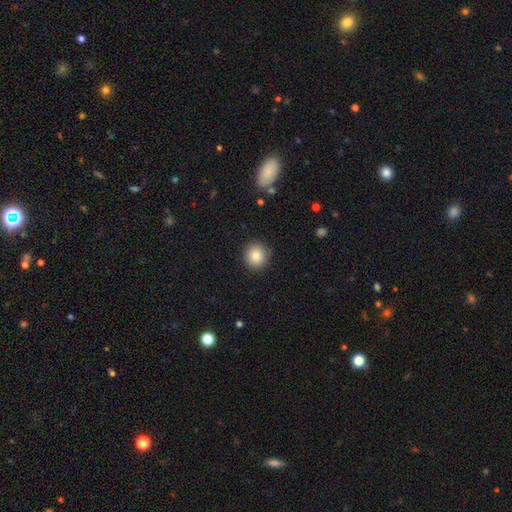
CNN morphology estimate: Overall: smooth (84%). How rounded: round (90%). Merging: none (90%).